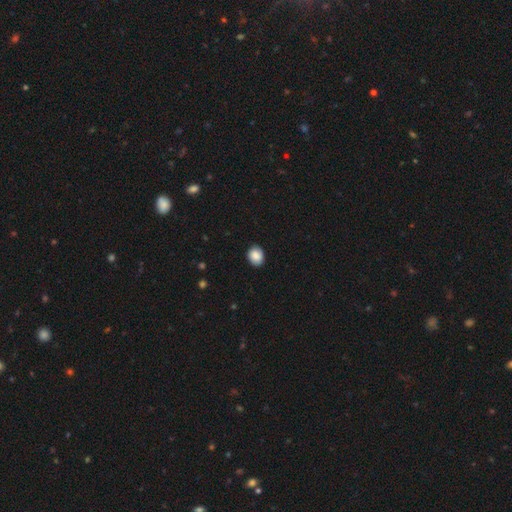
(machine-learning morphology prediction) smooth 87%, star or artifact 8%, featured or disk 5%. Down the decision tree: how rounded — round (57%); merging — none (88%).